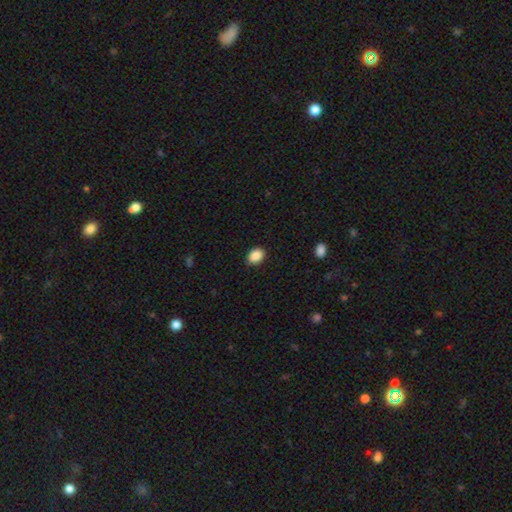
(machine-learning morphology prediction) smooth_or_featured: smooth (p=0.89) [alt: star or artifact p=0.08]
how_rounded: in between (p=0.68) [alt: round p=0.31]
merging: none (p=0.87) [alt: minor disturbance p=0.10]